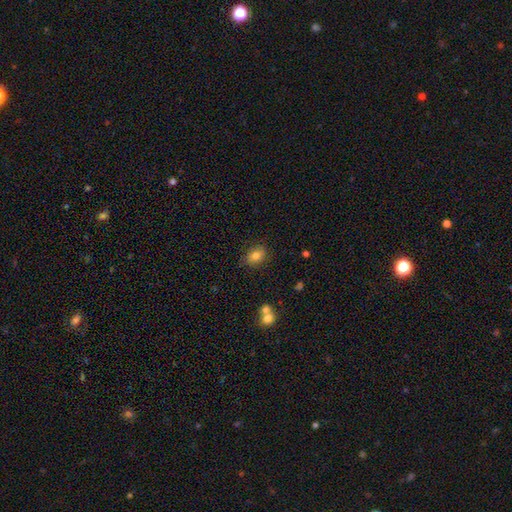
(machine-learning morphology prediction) The model was most divided on "how rounded": in between: 70%, round: 29%, cigar-shaped: 1%. More confident: merging — none (82%); smooth or featured — smooth (80%).